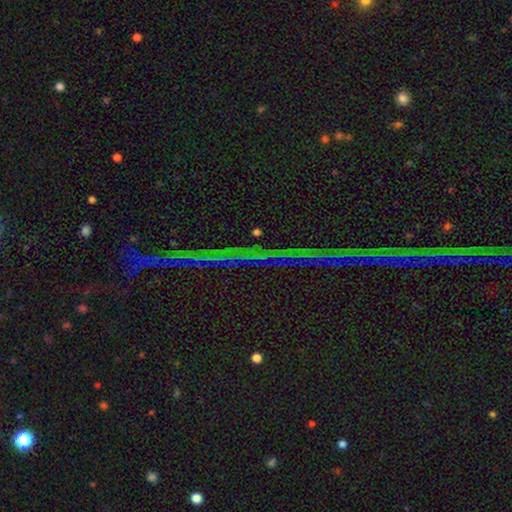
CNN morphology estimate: Overall: star or artifact (86%).